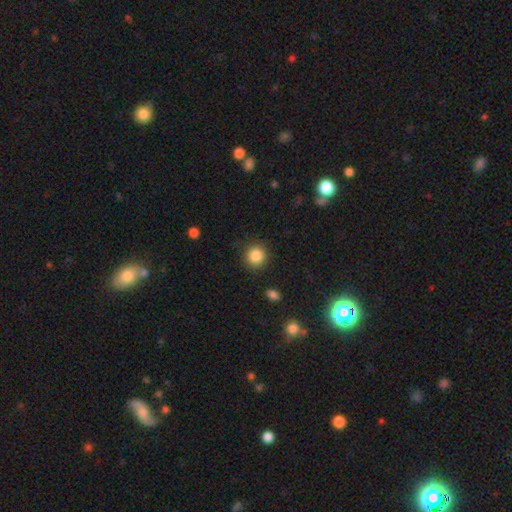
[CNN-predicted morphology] Smooth or featured?
  - smooth: 86% *
  - star or artifact: 10%
  - featured or disk: 4%
How rounded?
  - round: 91% *
  - in between: 8%
  - cigar-shaped: 1%
Merging?
  - none: 89% *
  - minor disturbance: 7%
  - major disturbance: 2%
  - merger: 1%